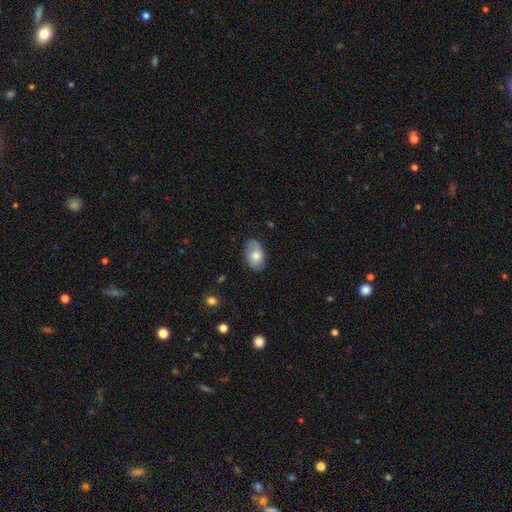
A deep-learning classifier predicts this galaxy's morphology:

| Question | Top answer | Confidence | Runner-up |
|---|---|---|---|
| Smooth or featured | smooth | 72% | featured or disk (21%) |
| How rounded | in between | 90% | round (9%) |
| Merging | none | 71% | minor disturbance (23%) |